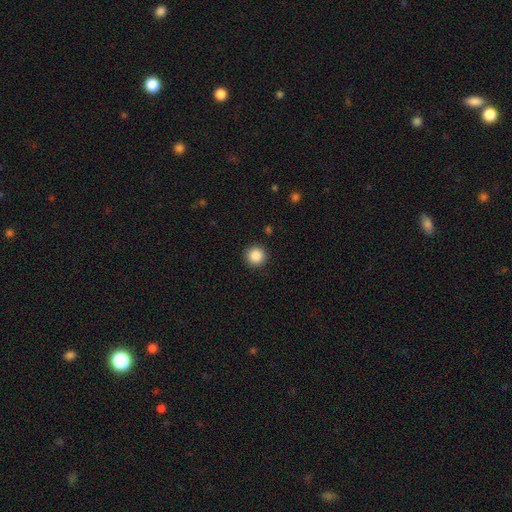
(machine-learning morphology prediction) This appears to be a smooth galaxy with no disk features (87%) that is round (95%). Merging: none (92%).